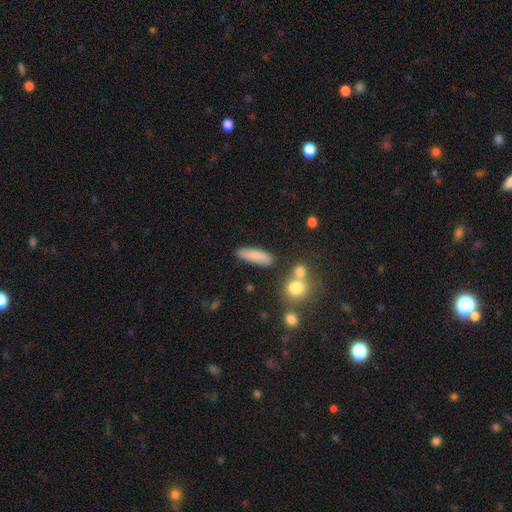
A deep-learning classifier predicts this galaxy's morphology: This is clearly a smooth galaxy (81%). How rounded: possibly cigar-shaped (56%). Merging: clearly none (80%).